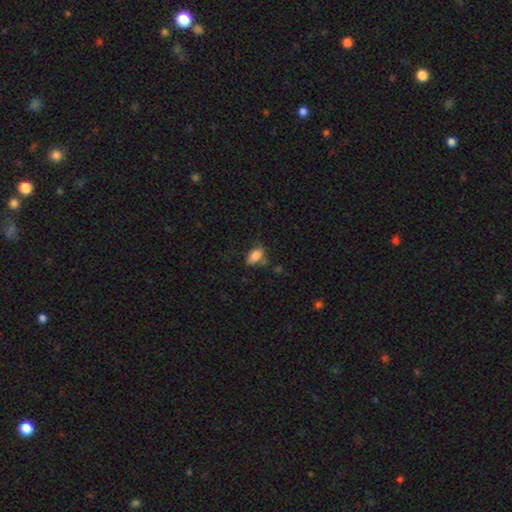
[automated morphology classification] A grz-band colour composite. It shows a smooth galaxy with no disk features (84%) that is in between round and cigar-shaped (85%). Merging: none (54%).